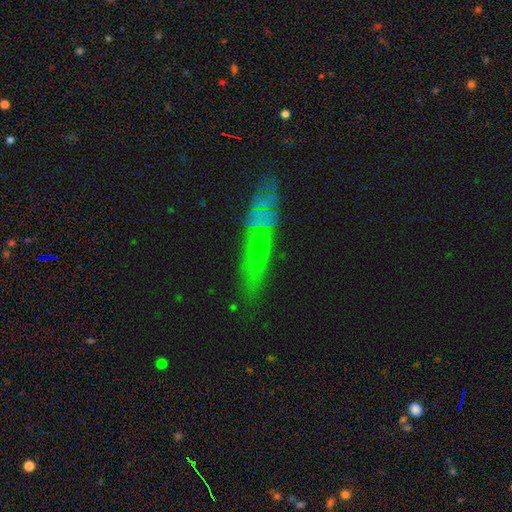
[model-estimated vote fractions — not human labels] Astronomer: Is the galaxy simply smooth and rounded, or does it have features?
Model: smooth — 51% (runner-up: featured or disk, 29%).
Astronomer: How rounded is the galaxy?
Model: in between — 48% (runner-up: cigar-shaped, 42%).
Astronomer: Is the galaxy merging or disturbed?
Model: none — 52%.